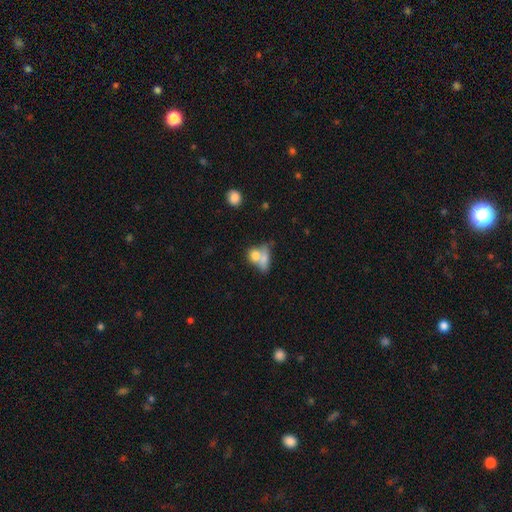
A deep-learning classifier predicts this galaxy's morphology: smooth_or_featured: smooth (p=0.74) [alt: featured or disk p=0.17]
how_rounded: in between (p=0.48) [alt: round p=0.44]
merging: merger (p=0.56) [alt: none p=0.28]